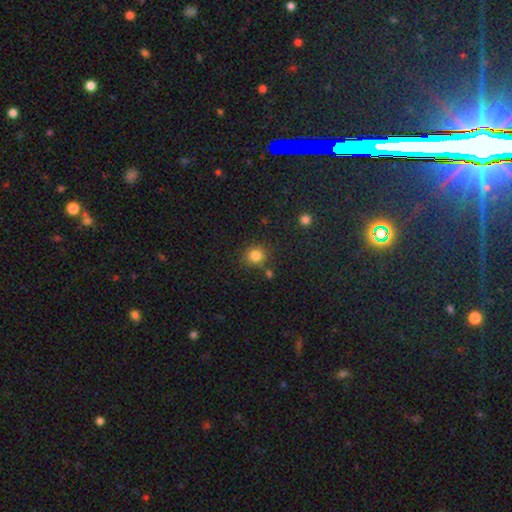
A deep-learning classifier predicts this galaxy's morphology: type=smooth (82%); roundness=round (83%); merging=none (80%).